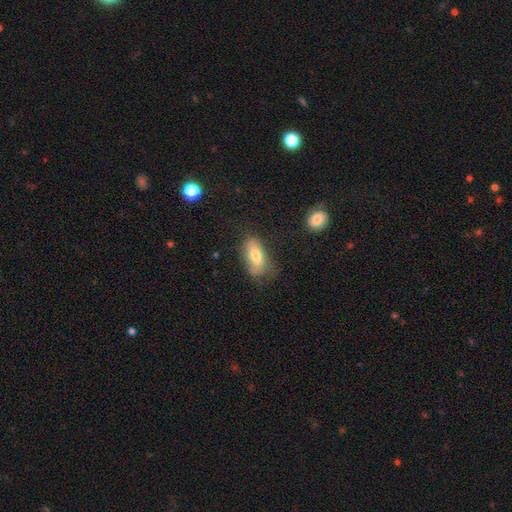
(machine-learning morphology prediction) Smooth or featured: smooth — 73% (featured or disk — 20%)
How rounded: in between — 86% (cigar-shaped — 10%)
Merging: none — 57% (minor disturbance — 28%)